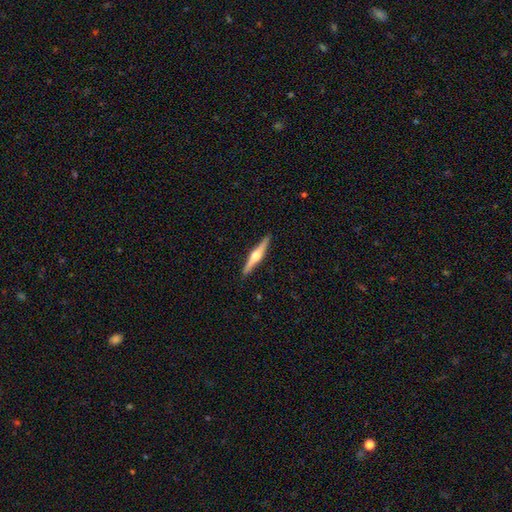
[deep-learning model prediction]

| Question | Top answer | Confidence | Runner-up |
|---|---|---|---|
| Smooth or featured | featured or disk | 74% | smooth (21%) |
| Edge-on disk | yes | 98% | no (2%) |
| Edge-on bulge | rounded | 94% | boxy (4%) |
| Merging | none | 91% | minor disturbance (6%) |